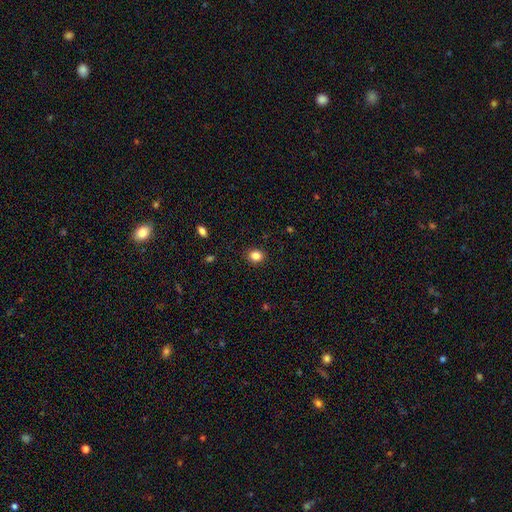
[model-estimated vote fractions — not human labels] This is clearly a smooth galaxy (84%). How rounded: likely round (72%). Merging: clearly none (90%).